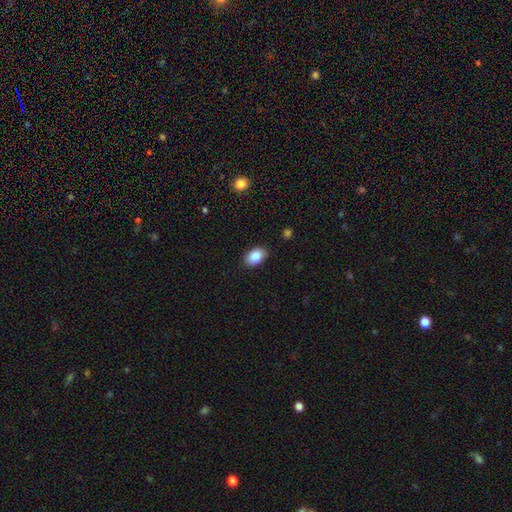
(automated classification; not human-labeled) Smooth or featured?
  - smooth: 87% *
  - star or artifact: 8%
  - featured or disk: 5%
How rounded?
  - in between: 88% *
  - round: 11%
  - cigar-shaped: 1%
Merging?
  - none: 87% *
  - minor disturbance: 10%
  - major disturbance: 2%
  - merger: 1%